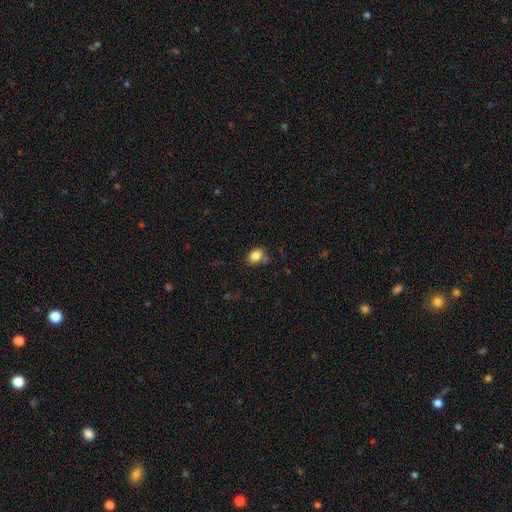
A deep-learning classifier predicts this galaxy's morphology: smooth_or_featured: smooth (p=0.84) [alt: star or artifact p=0.10]
how_rounded: in between (p=0.62) [alt: round p=0.37]
merging: none (p=0.68) [alt: minor disturbance p=0.21]